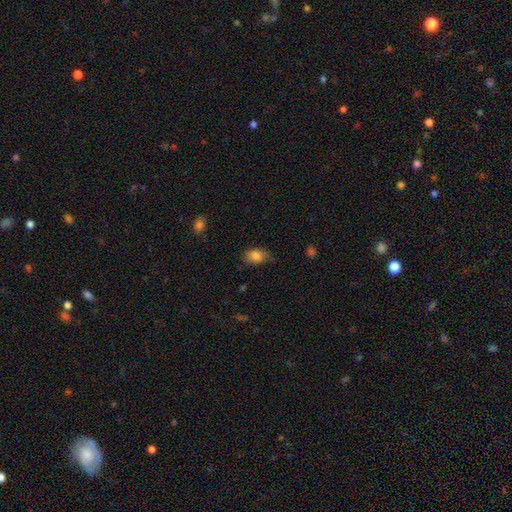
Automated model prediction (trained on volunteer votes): smooth_or_featured: smooth (p=0.84) [alt: star or artifact p=0.09]
how_rounded: in between (p=0.78) [alt: round p=0.21]
merging: none (p=0.68) [alt: minor disturbance p=0.25]